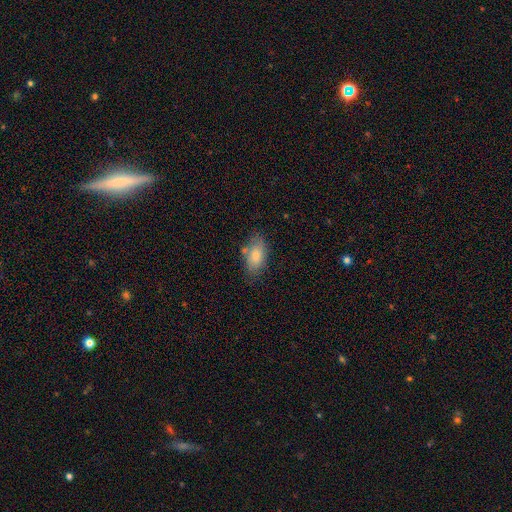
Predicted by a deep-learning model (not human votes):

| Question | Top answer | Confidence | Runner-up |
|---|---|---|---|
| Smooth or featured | smooth | 80% | featured or disk (14%) |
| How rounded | in between | 92% | cigar-shaped (4%) |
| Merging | none | 68% | minor disturbance (20%) |